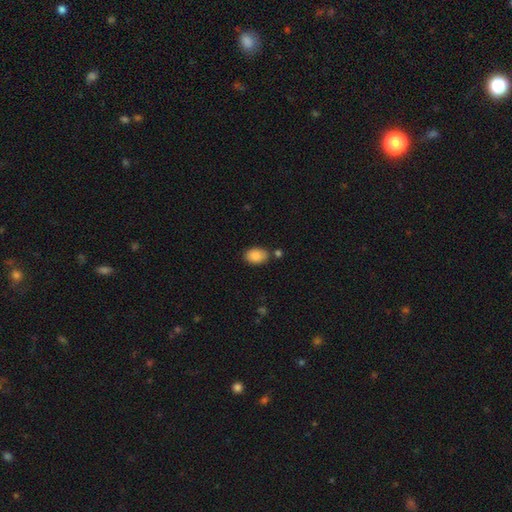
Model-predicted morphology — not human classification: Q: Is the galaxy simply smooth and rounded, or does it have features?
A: smooth — 87%.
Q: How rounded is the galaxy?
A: in between — 88%.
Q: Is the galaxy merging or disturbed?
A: none — 78%.